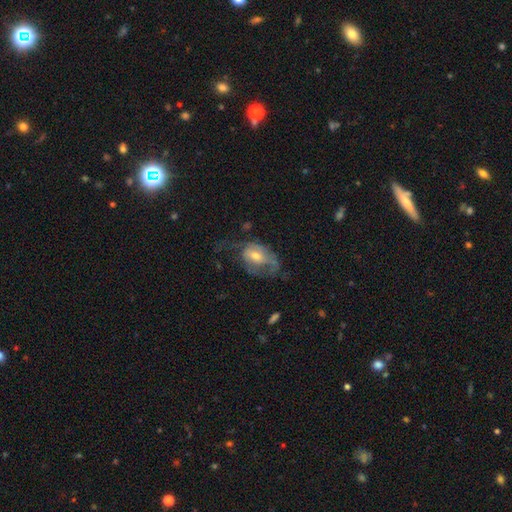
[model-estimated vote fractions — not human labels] smooth_or_featured: featured or disk (p=0.54) [alt: smooth p=0.37]
disk_edge_on: no (p=0.94) [alt: yes p=0.06]
bar: no (p=0.63) [alt: weak p=0.30]
has_spiral_arms: yes (p=0.53) [alt: no p=0.47]
bulge_size: moderate (p=0.56) [alt: small p=0.36]
merging: major disturbance (p=0.48) [alt: none p=0.27]